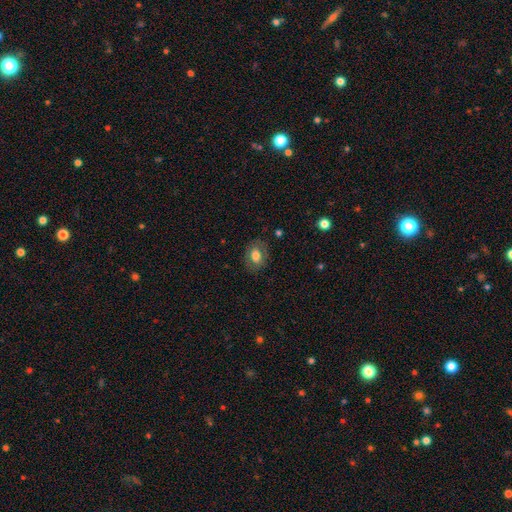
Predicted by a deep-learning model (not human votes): Smooth or featured: smooth — 70% (featured or disk — 21%)
How rounded: in between — 70% (round — 29%)
Merging: none — 80% (minor disturbance — 13%)